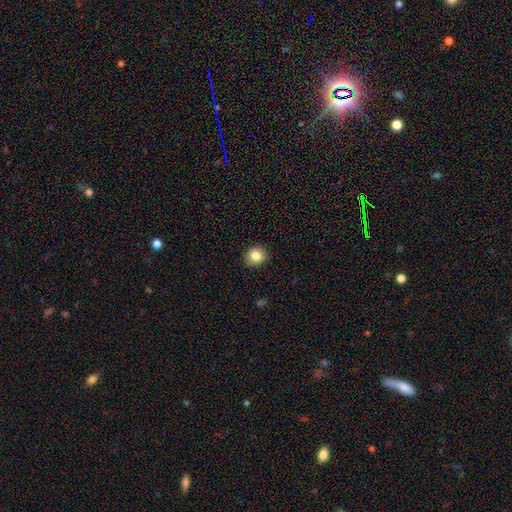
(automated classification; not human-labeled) smooth 83%, star or artifact 10%, featured or disk 7%. Down the decision tree: how rounded — round (81%); merging — none (89%).